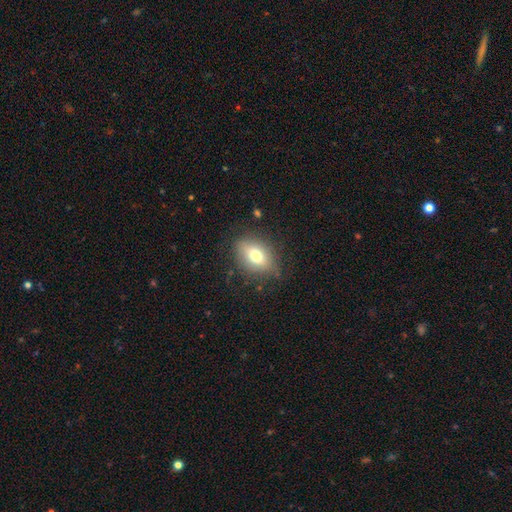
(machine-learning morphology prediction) Smooth or featured?
  - smooth: 72% *
  - featured or disk: 18%
  - star or artifact: 10%
How rounded?
  - in between: 74% *
  - round: 24%
  - cigar-shaped: 2%
Merging?
  - none: 78% *
  - minor disturbance: 16%
  - major disturbance: 5%
  - merger: 1%